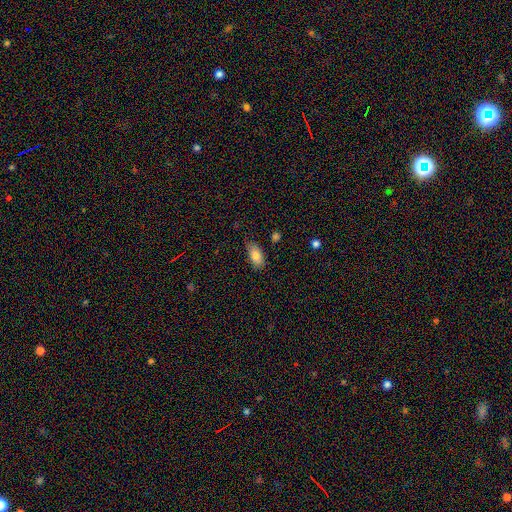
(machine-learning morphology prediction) Smooth or featured: smooth — 84% (featured or disk — 9%)
How rounded: in between — 89% (cigar-shaped — 7%)
Merging: none — 73% (minor disturbance — 21%)